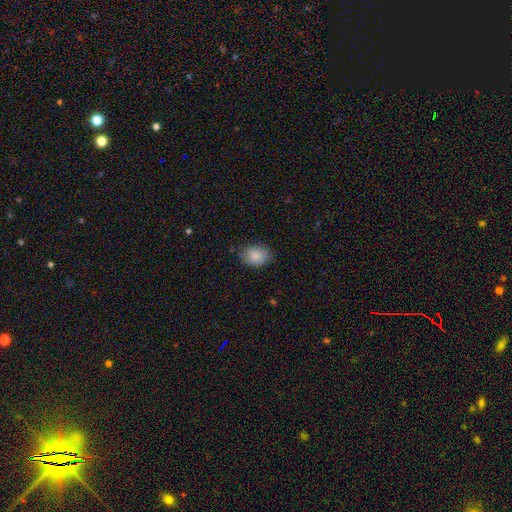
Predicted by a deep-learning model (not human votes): Smooth or featured? Predicted: smooth (p=0.86). How rounded? Predicted: in between (p=0.67). Merging? Predicted: none (p=0.78).